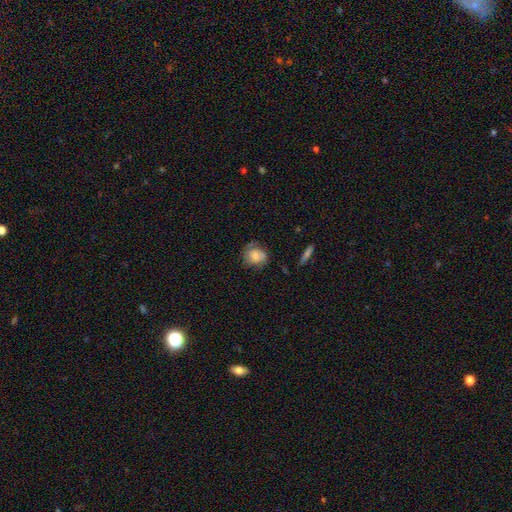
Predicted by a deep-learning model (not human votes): Q: Smooth or featured?
A: smooth (64%); runner-up: featured or disk (27%)
Q: How rounded?
A: round (71%); runner-up: in between (28%)
Q: Merging?
A: none (62%); runner-up: minor disturbance (26%)